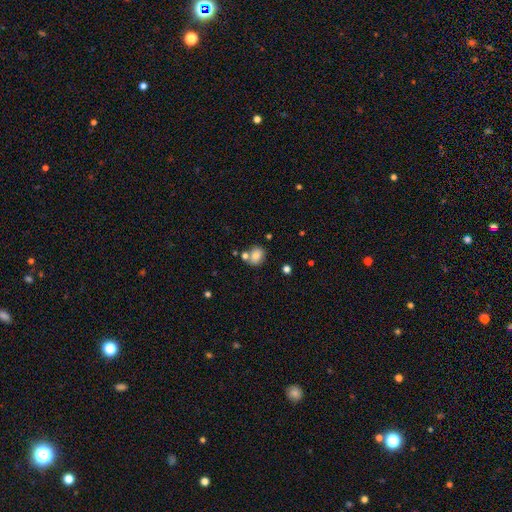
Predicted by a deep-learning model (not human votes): The model was most divided on "how rounded": round: 58%, in between: 41%, cigar-shaped: 1%. More confident: smooth or featured — smooth (80%); merging — none (62%).